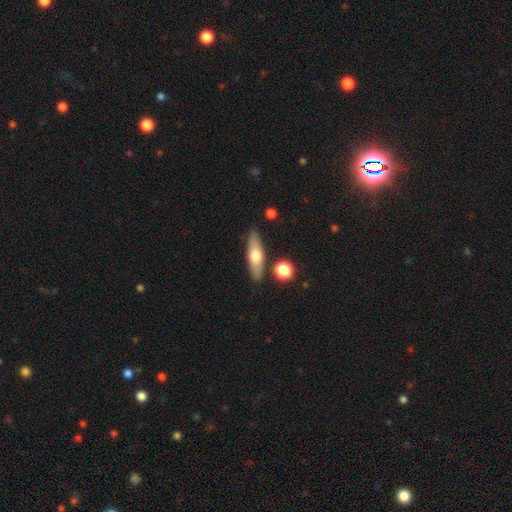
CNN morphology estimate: This is possibly a smooth galaxy (58%). How rounded: possibly cigar-shaped (58%). Merging: clearly none (84%).